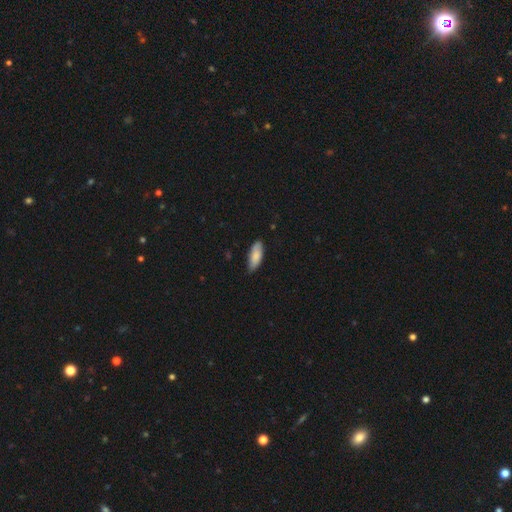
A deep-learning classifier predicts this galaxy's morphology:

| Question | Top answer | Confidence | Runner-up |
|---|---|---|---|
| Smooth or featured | smooth | 82% | featured or disk (12%) |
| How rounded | in between | 74% | cigar-shaped (24%) |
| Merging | none | 77% | minor disturbance (19%) |